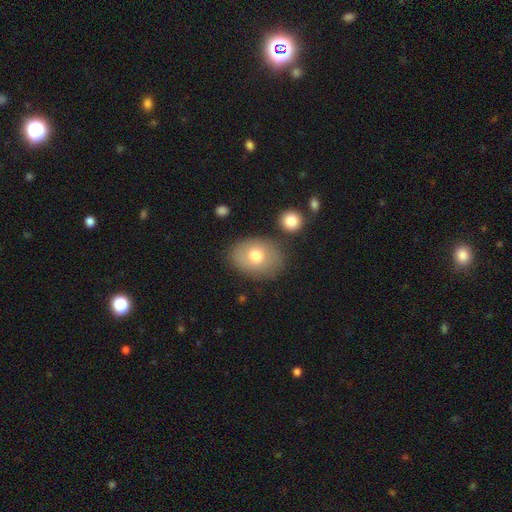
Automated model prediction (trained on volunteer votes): Smooth or featured? smooth (71%)
How rounded? in between (65%)
Merging? none (74%)